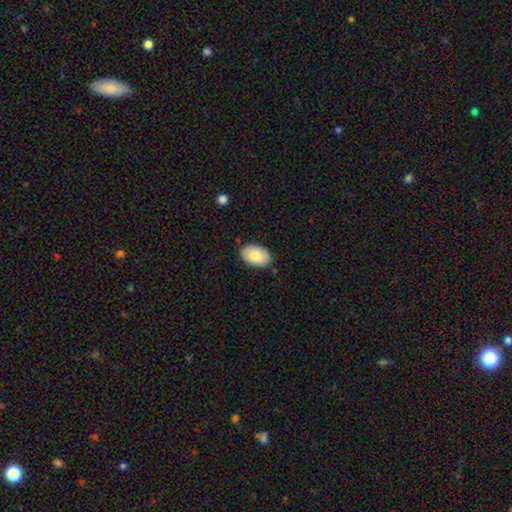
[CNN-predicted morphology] Q: Smooth or featured?
A: smooth (83%); runner-up: featured or disk (11%)
Q: How rounded?
A: in between (92%); runner-up: round (7%)
Q: Merging?
A: none (86%); runner-up: minor disturbance (11%)